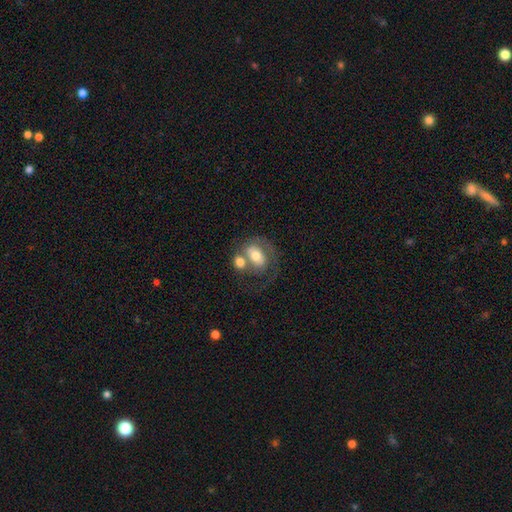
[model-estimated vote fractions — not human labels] Overall: smooth (54%; featured or disk 39%). How rounded: in between (70%). Merging: merger (51%; none 25%).